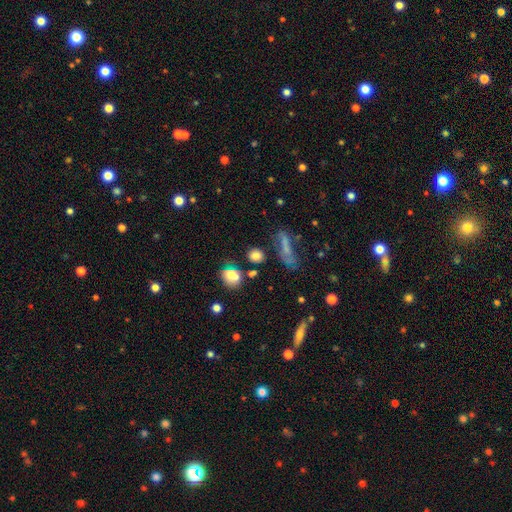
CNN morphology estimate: A smooth galaxy with no disk features (74%) that is round (65%).

Vote fractions:
- Smooth or featured? smooth: 74% / star or artifact: 15% / featured or disk: 11%
- How rounded? round: 65% / in between: 30% / cigar-shaped: 5%
- Merging? none: 64% / minor disturbance: 15% / merger: 13% / major disturbance: 9%